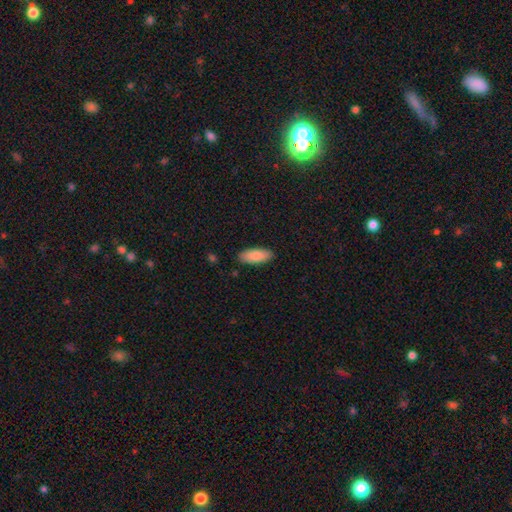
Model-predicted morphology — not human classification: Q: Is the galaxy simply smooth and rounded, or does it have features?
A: smooth — 88%.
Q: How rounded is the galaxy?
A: in between — 83%.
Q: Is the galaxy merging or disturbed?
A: none — 88%.